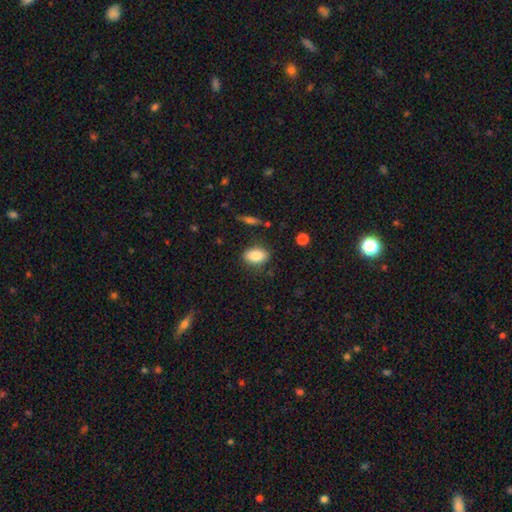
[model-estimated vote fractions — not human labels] Smooth or featured? smooth (85%)
How rounded? in between (87%)
Merging? none (82%)